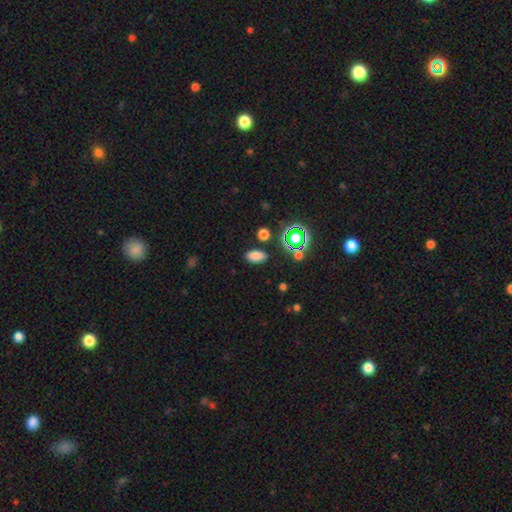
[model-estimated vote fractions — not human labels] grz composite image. It shows a smooth galaxy with no disk features (76%) that is in between round and cigar-shaped (88%). Merging: none (85%).